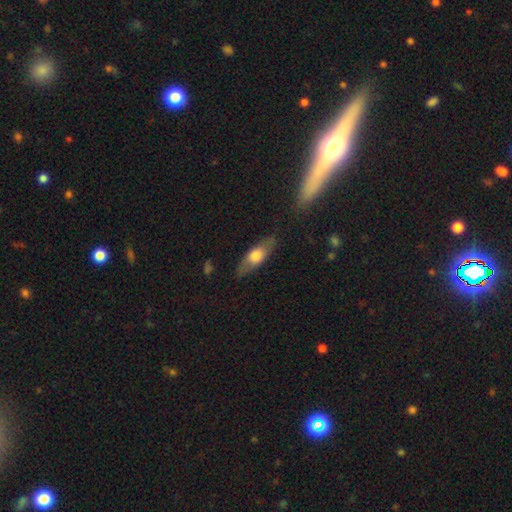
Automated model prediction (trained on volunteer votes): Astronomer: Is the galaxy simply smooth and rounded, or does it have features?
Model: smooth — 55% (runner-up: featured or disk, 39%).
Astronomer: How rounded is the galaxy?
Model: in between — 53% (runner-up: cigar-shaped, 43%).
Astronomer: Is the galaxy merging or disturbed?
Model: none — 82%.